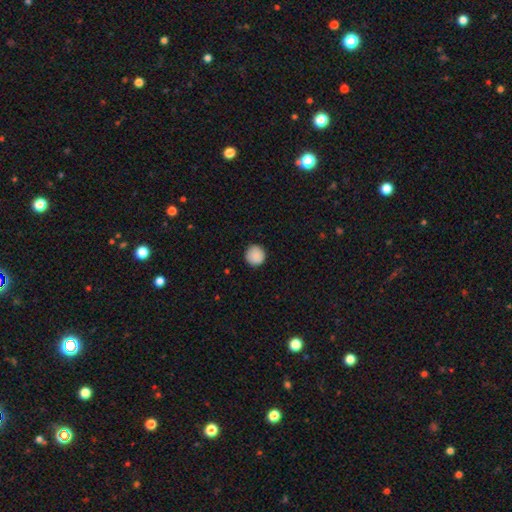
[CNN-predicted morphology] smooth_or_featured: smooth (p=0.89) [alt: star or artifact p=0.08]
how_rounded: round (p=0.95) [alt: in between p=0.04]
merging: none (p=0.90) [alt: minor disturbance p=0.07]